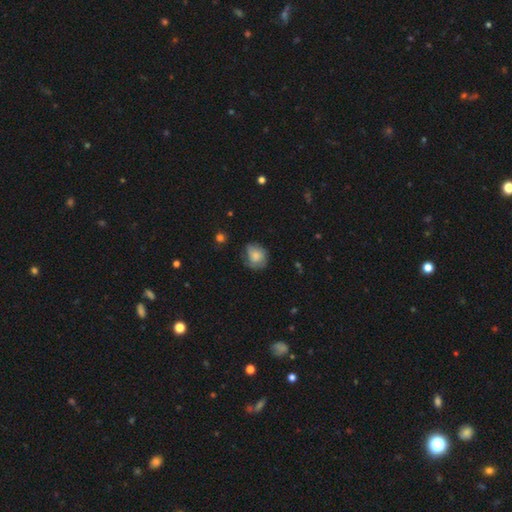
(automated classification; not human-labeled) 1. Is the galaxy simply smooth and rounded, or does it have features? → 62% smooth, 30% featured or disk, 8% star or artifact.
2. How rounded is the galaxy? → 58% round, 41% in between, 1% cigar-shaped.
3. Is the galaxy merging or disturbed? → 56% none, 29% minor disturbance, 13% major disturbance, 2% merger.